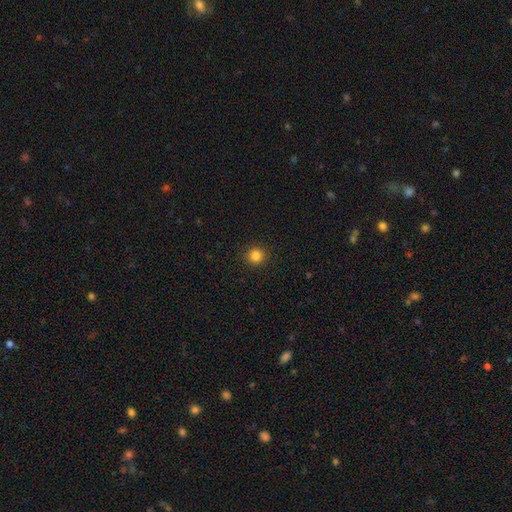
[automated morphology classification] Overall: smooth (84%). How rounded: round (94%). Merging: none (92%).